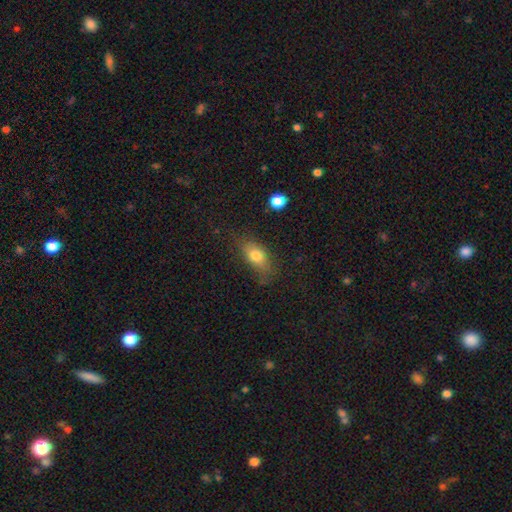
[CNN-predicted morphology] A smooth galaxy with no disk features (76%) that is in between round and cigar-shaped (82%).

Vote fractions:
- Smooth or featured? smooth: 76% / featured or disk: 14% / star or artifact: 10%
- How rounded? in between: 82% / round: 11% / cigar-shaped: 7%
- Merging? none: 62% / minor disturbance: 25% / major disturbance: 11% / merger: 2%